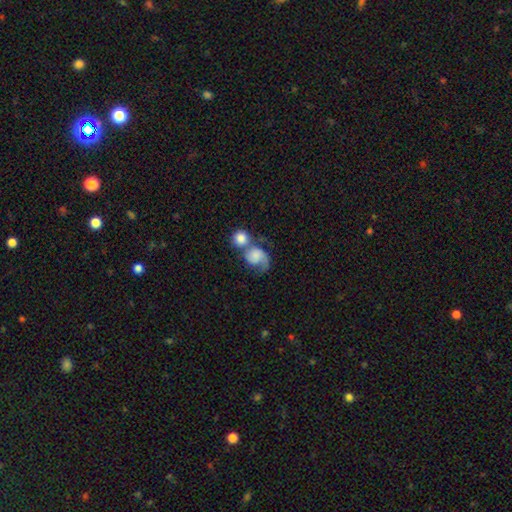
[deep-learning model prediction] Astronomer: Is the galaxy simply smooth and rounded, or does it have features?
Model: smooth — 48% (runner-up: featured or disk, 44%).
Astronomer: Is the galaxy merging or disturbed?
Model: merger — 53%.